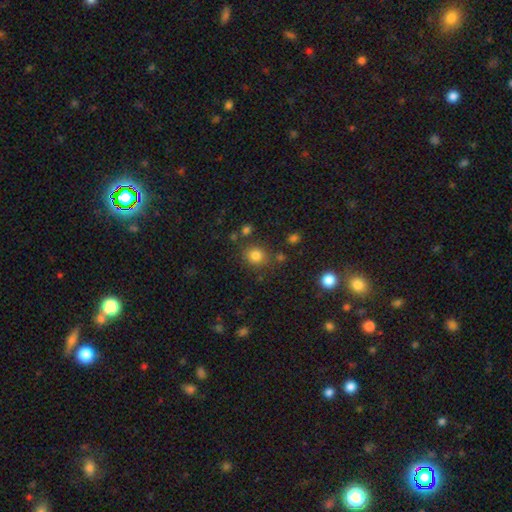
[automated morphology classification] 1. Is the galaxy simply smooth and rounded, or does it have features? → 80% smooth, 13% star or artifact, 6% featured or disk.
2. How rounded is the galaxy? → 79% round, 20% in between, 1% cigar-shaped.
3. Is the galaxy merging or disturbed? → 78% none, 11% minor disturbance, 6% merger, 4% major disturbance.